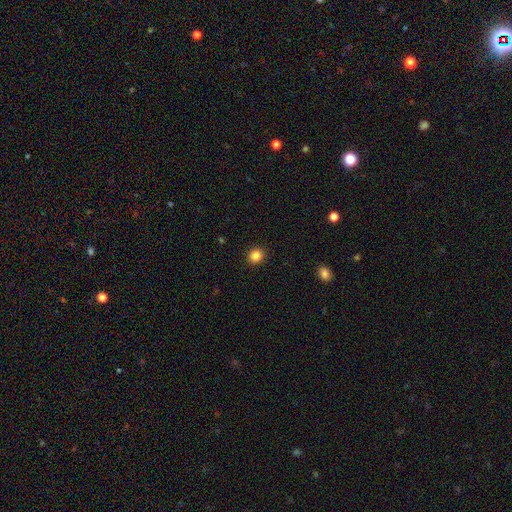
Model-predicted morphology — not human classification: This appears to be a smooth galaxy with no disk features (85%) that is round (81%). Merging: none (92%).